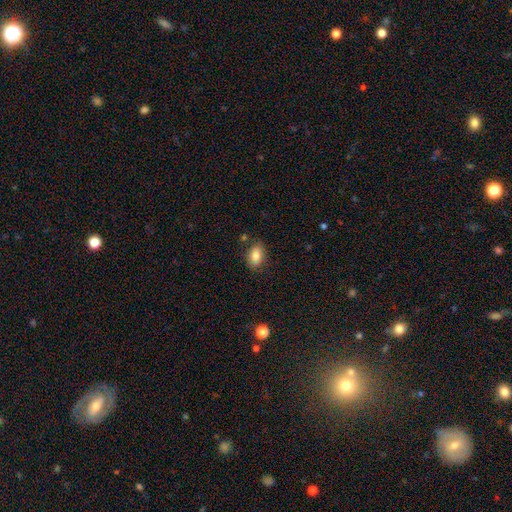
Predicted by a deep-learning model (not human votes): The model was most divided on "merging": none: 82%, minor disturbance: 12%, merger: 3%, major disturbance: 3%. More confident: how rounded — in between (85%); smooth or featured — smooth (84%).